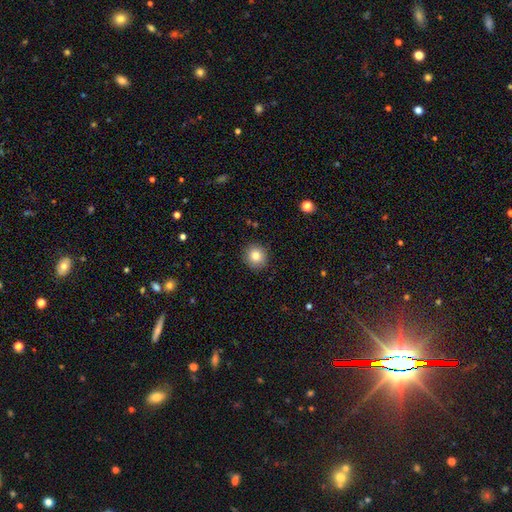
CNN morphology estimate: Smooth or featured? smooth (82%)
How rounded? round (89%)
Merging? none (90%)